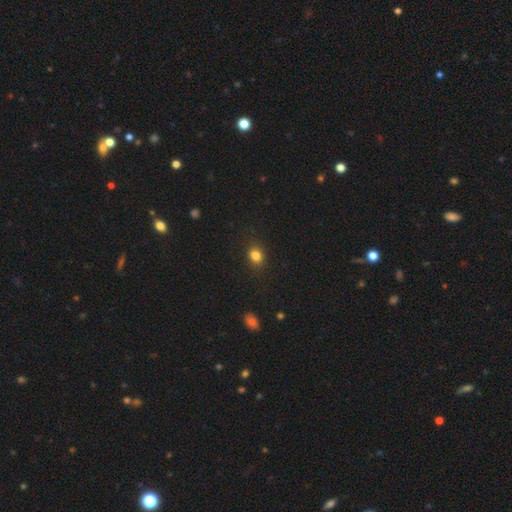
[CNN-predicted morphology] This is clearly a smooth galaxy (83%). How rounded: possibly in between (52%). Merging: clearly none (83%).